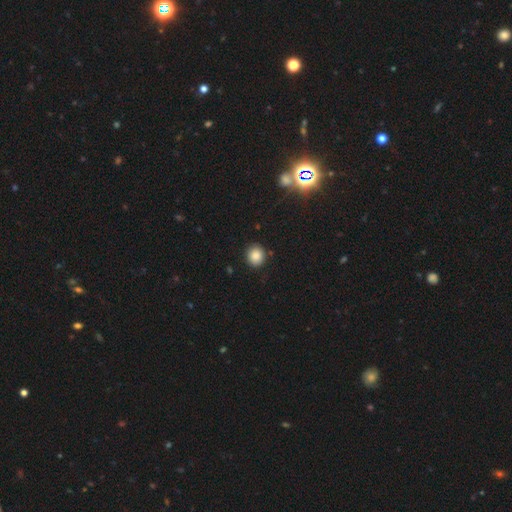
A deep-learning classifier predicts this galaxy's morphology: A smooth galaxy with no disk features (86%) that is round (81%).

Vote fractions:
- Smooth or featured? smooth: 86% / star or artifact: 10% / featured or disk: 4%
- How rounded? round: 81% / in between: 18% / cigar-shaped: 1%
- Merging? none: 88% / minor disturbance: 9% / major disturbance: 2% / merger: 1%